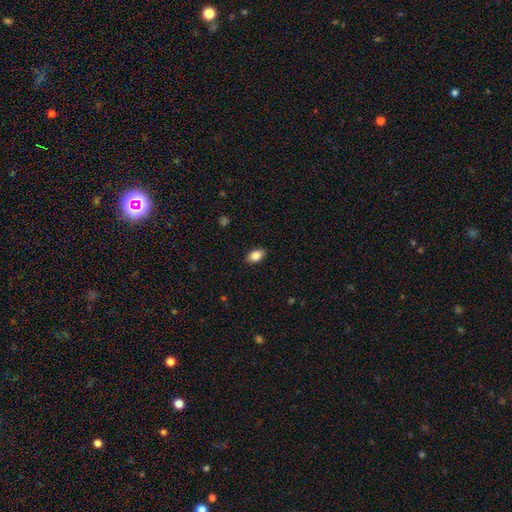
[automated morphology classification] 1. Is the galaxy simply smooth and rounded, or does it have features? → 84% smooth, 8% featured or disk, 8% star or artifact.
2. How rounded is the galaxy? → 91% in between, 7% round, 3% cigar-shaped.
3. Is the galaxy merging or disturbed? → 88% none, 9% minor disturbance, 2% major disturbance, 1% merger.